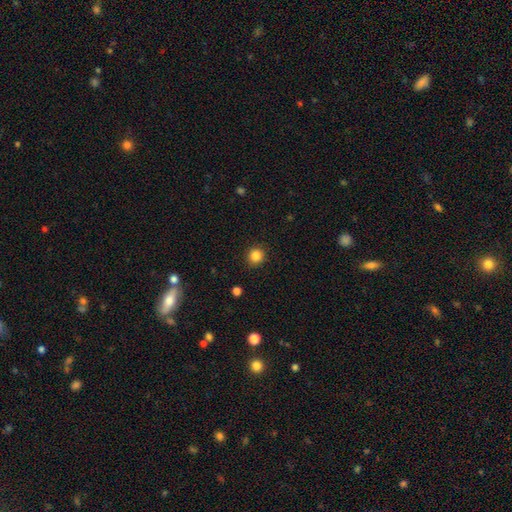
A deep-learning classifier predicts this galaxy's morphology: Overall: smooth (85%). How rounded: round (91%). Merging: none (91%).